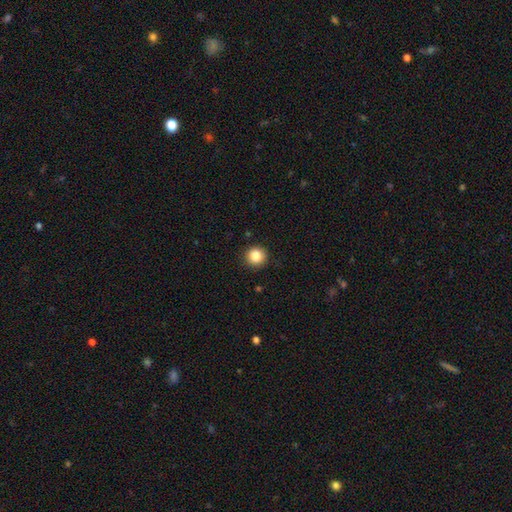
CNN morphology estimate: smooth 86%, star or artifact 10%, featured or disk 4%. Down the decision tree: how rounded — round (93%); merging — none (91%).